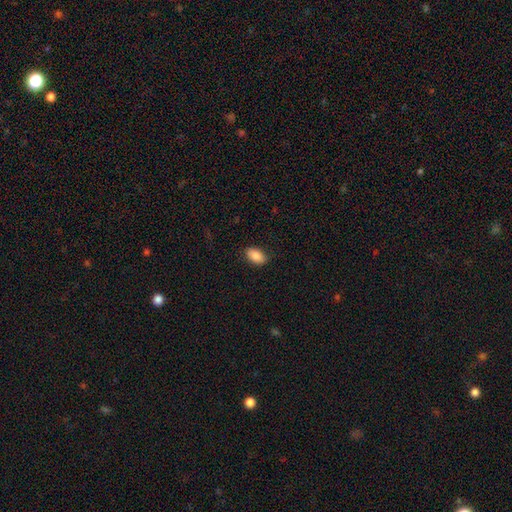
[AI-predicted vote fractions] Smooth or featured? Predicted: smooth (p=0.86). How rounded? Predicted: in between (p=0.92). Merging? Predicted: none (p=0.86).